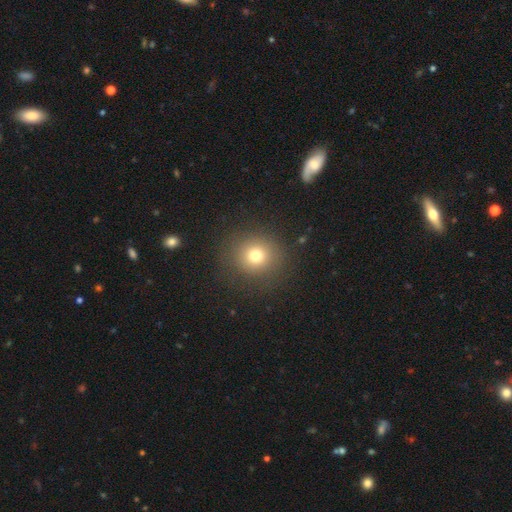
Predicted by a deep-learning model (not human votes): Morphology: type=smooth (75%); roundness=round (89%); merging=none (87%).